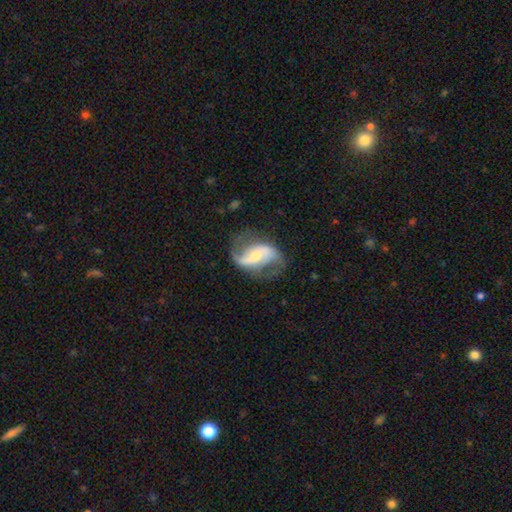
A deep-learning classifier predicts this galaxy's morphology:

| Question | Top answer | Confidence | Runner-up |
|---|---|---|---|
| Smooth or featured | featured or disk | 86% | smooth (9%) |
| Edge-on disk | no | 97% | yes (3%) |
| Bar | weak | 37% | strong (33%) |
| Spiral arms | yes | 94% | no (6%) |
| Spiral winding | loose | 67% | medium (27%) |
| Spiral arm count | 2 | 91% | 1 (3%) |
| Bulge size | moderate | 49% | small (44%) |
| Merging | none | 68% | minor disturbance (18%) |